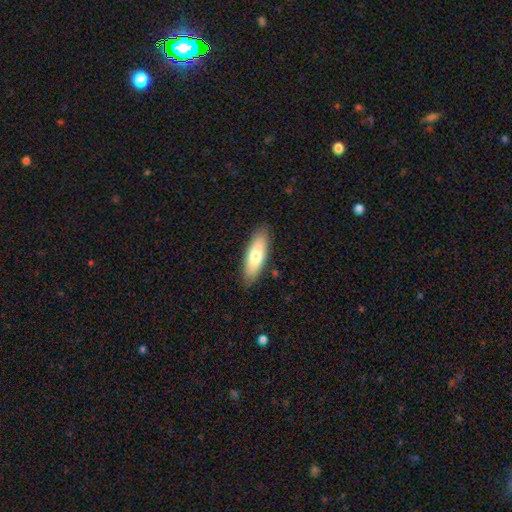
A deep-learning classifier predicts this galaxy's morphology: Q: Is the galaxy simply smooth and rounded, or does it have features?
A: smooth — 70%.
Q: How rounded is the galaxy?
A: in between — 59%.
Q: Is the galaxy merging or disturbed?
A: none — 88%.